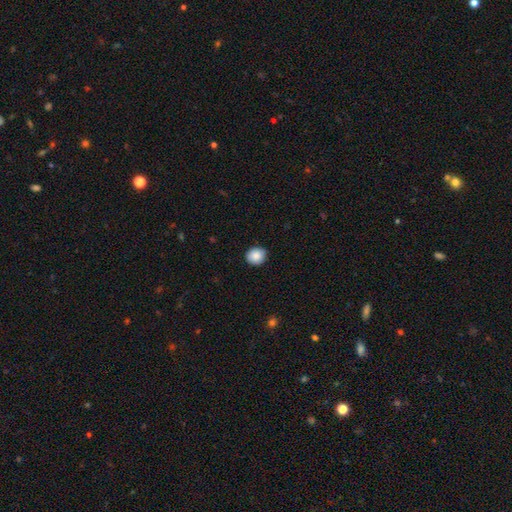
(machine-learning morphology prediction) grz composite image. It shows a smooth galaxy with no disk features (87%) that is round (79%). Merging: none (89%).